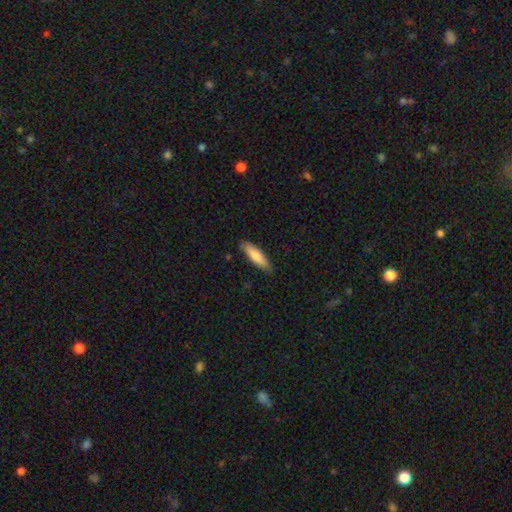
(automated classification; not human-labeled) The model was most divided on "how rounded": cigar-shaped: 61%, in between: 37%, round: 1%. More confident: merging — none (83%); smooth or featured — smooth (81%).